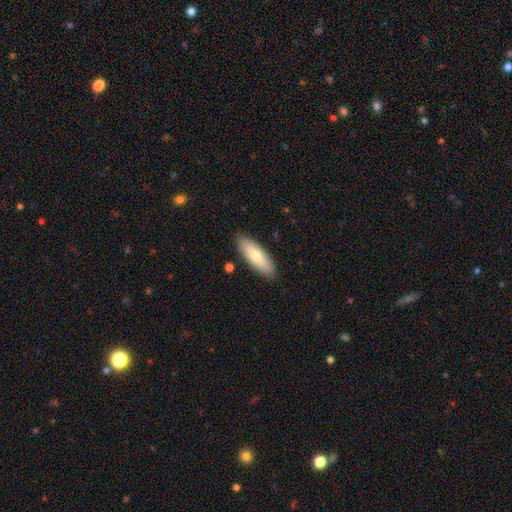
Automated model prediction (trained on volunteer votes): A smooth galaxy with no disk features (70%) that is in between round and cigar-shaped (59%). Merging: none (88%).